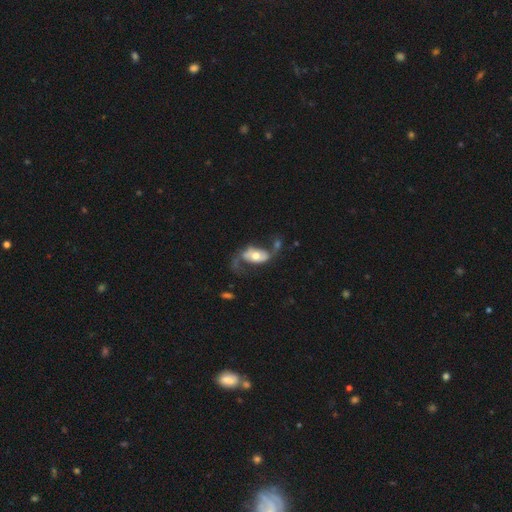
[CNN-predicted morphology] Smooth or featured?
  - featured or disk: 69% *
  - smooth: 25%
  - star or artifact: 6%
Edge-on disk?
  - no: 92% *
  - yes: 8%
Bar?
  - no: 55% *
  - weak: 26%
  - strong: 19%
Spiral arms?
  - yes: 79% *
  - no: 21%
Spiral winding?
  - loose: 74% *
  - medium: 20%
  - tight: 6%
Spiral arm count?
  - 2: 86% *
  - 1: 7%
  - can't tell: 4%
  - 3: 1%
  - 4: 1%
  - more than 4: 1%
Bulge size?
  - moderate: 66% *
  - large: 15%
  - small: 15%
  - dominant: 2%
  - none: 2%
Merging?
  - none: 42% *
  - major disturbance: 29%
  - minor disturbance: 19%
  - merger: 10%